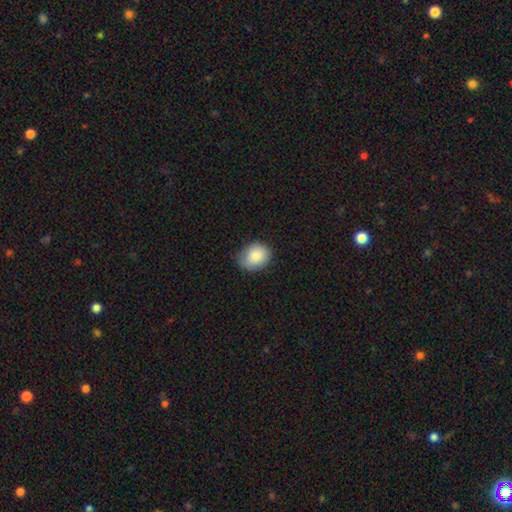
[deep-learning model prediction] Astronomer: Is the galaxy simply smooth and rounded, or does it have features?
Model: smooth — 84%.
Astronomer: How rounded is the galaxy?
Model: round — 55% (runner-up: in between, 44%).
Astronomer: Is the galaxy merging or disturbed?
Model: none — 70%.